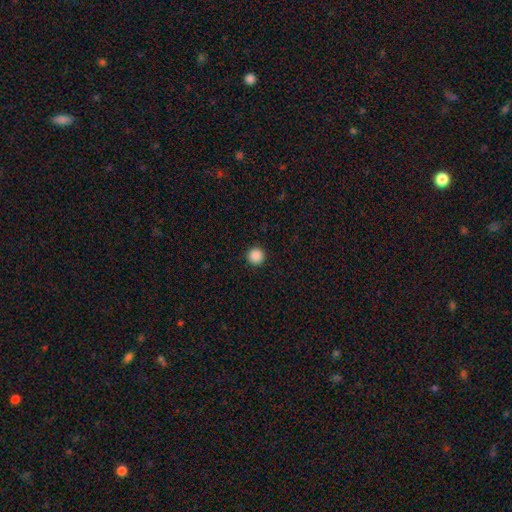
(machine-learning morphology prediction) Smooth or featured?
  - smooth: 88% *
  - star or artifact: 10%
  - featured or disk: 2%
How rounded?
  - round: 96% *
  - in between: 3%
  - cigar-shaped: 1%
Merging?
  - none: 93% *
  - minor disturbance: 4%
  - major disturbance: 2%
  - merger: 1%